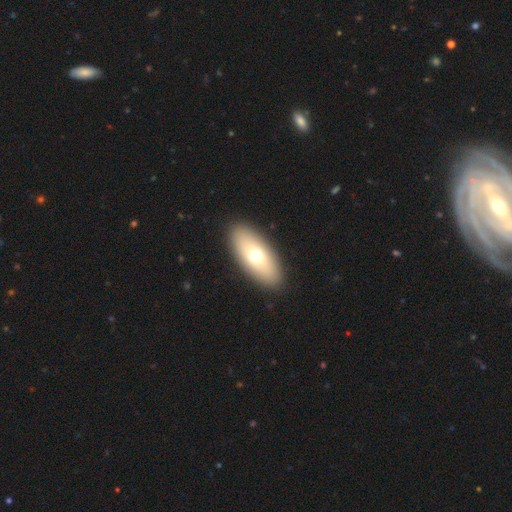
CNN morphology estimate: smooth-or-featured: smooth: 65% | featured or disk: 27% | star or artifact: 8%
  how-rounded: in between: 83% | cigar-shaped: 12% | round: 4%
  merging: none: 90% | minor disturbance: 7% | major disturbance: 2% | merger: 1%